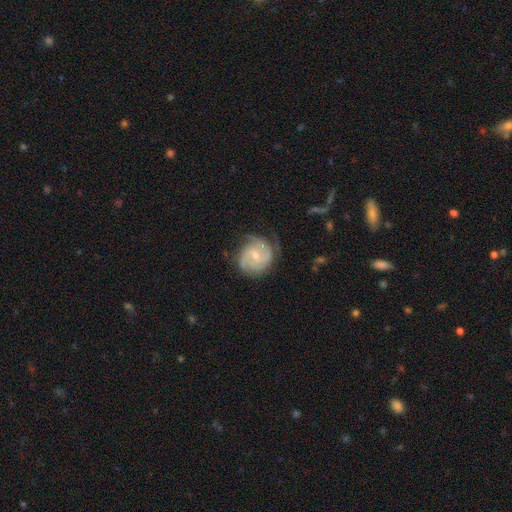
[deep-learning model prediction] featured or disk 81%, smooth 14%, star or artifact 5%. Down the decision tree: edge-on disk — no (98%); bar — weak (49%); spiral arms — yes (95%); spiral arm count — 2 (39%); spiral winding — tight (50%); bulge size — small (55%); merging — none (66%).